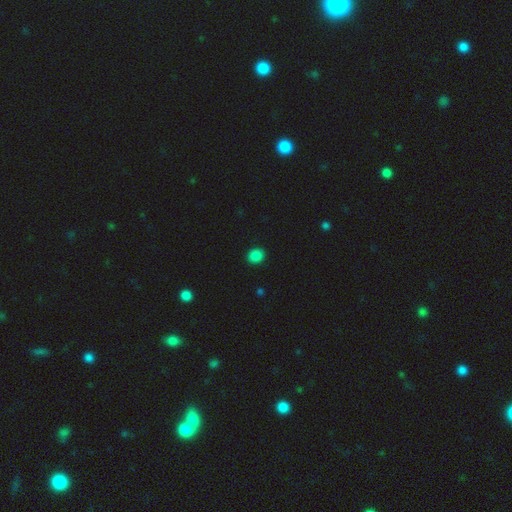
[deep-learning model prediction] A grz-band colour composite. It shows a smooth galaxy with no disk features (86%) that is round (72%). Merging: none (91%).